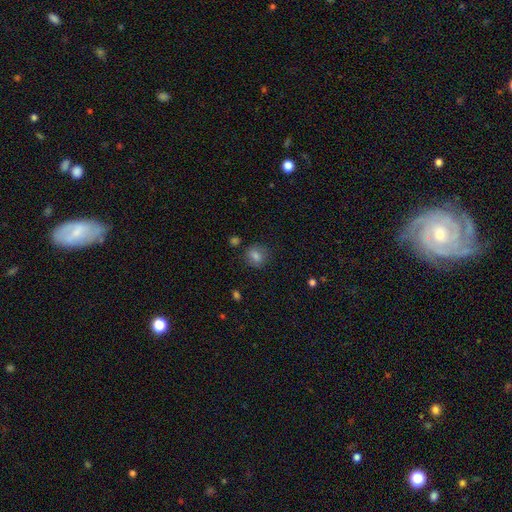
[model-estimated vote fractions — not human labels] This is likely a smooth galaxy (78%). How rounded: likely round (71%). Merging: likely none (79%).